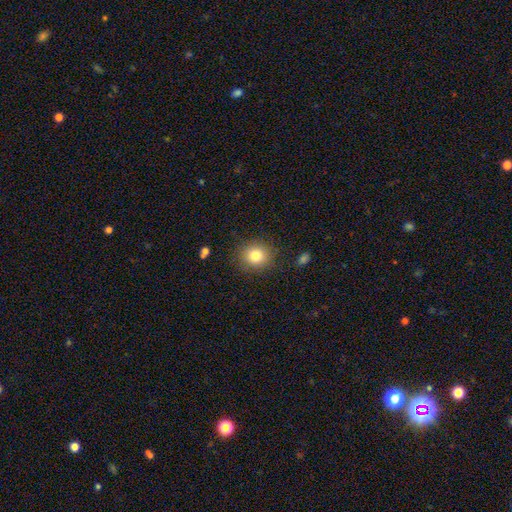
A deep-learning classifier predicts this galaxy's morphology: smooth-or-featured: smooth: 81% | star or artifact: 11% | featured or disk: 8%
  how-rounded: round: 85% | in between: 14% | cigar-shaped: 1%
  merging: none: 87% | minor disturbance: 9% | major disturbance: 3% | merger: 1%